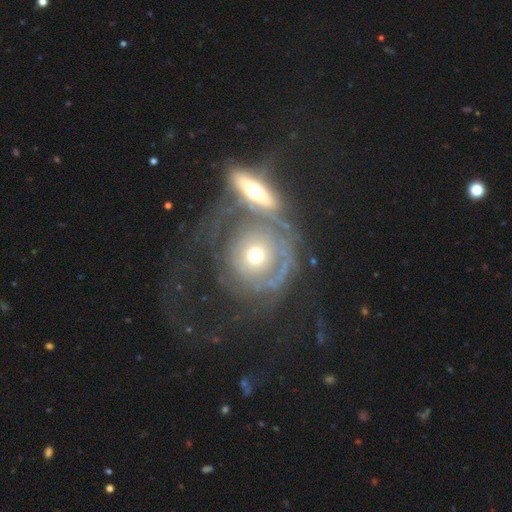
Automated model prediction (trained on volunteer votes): featured or disk 62%, smooth 30%, star or artifact 8%. Down the decision tree: edge-on disk — no (91%); bar — no (85%); spiral arms — no (51%); bulge size — moderate (56%); merging — merger (37%).